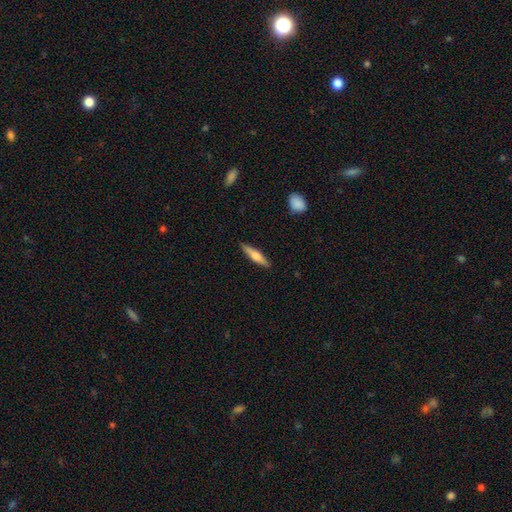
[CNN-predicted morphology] smooth_or_featured: smooth (p=0.50) [alt: featured or disk p=0.44]
how_rounded: cigar-shaped (p=0.84) [alt: in between p=0.14]
merging: none (p=0.90) [alt: minor disturbance p=0.08]